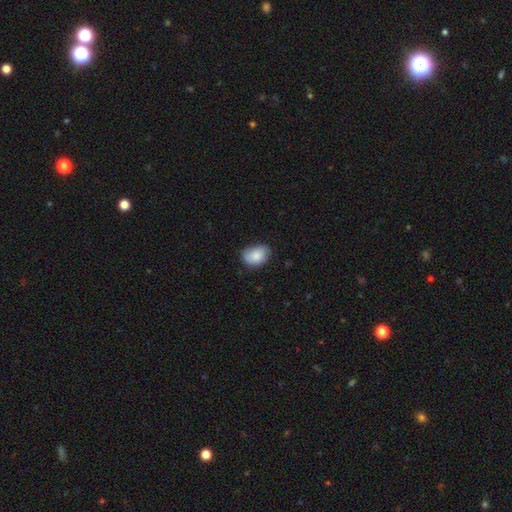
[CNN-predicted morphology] Smooth or featured? Predicted: smooth (p=0.85). How rounded? Predicted: in between (p=0.75). Merging? Predicted: none (p=0.71).